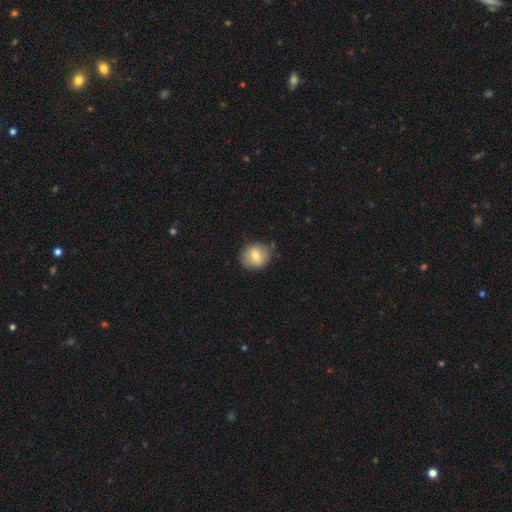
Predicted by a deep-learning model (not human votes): A smooth galaxy with no disk features (70%) that is round (66%).

Vote fractions:
- Smooth or featured? smooth: 70% / featured or disk: 22% / star or artifact: 8%
- How rounded? round: 66% / in between: 33% / cigar-shaped: 1%
- Merging? none: 75% / minor disturbance: 19% / major disturbance: 4% / merger: 2%